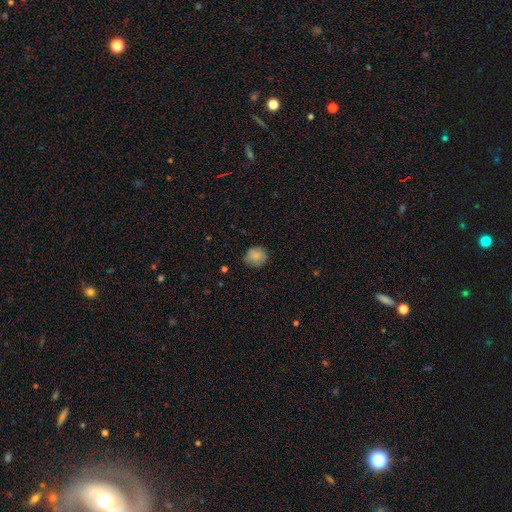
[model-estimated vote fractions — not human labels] Smooth or featured?
  - smooth: 84% *
  - featured or disk: 8%
  - star or artifact: 8%
How rounded?
  - round: 82% *
  - in between: 17%
  - cigar-shaped: 1%
Merging?
  - none: 76% *
  - minor disturbance: 19%
  - major disturbance: 4%
  - merger: 1%